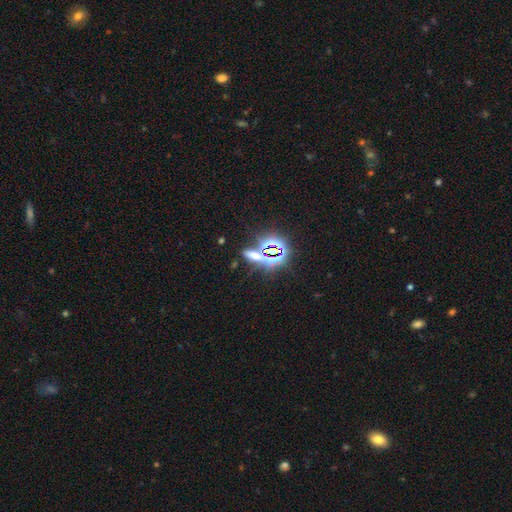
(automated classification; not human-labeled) smooth_or_featured: star or artifact (p=0.54) [alt: smooth p=0.33]